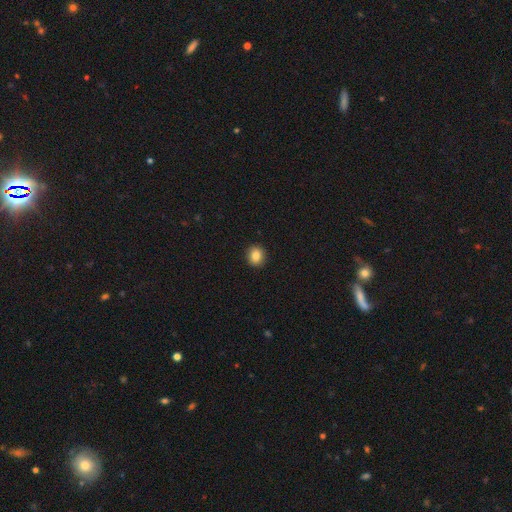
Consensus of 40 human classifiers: smooth_or_featured: smooth (p=0.90) [alt: featured or disk p=0.07]
how_rounded: round (p=0.92) [alt: in between p=0.08]
merging: none (p=1.00)